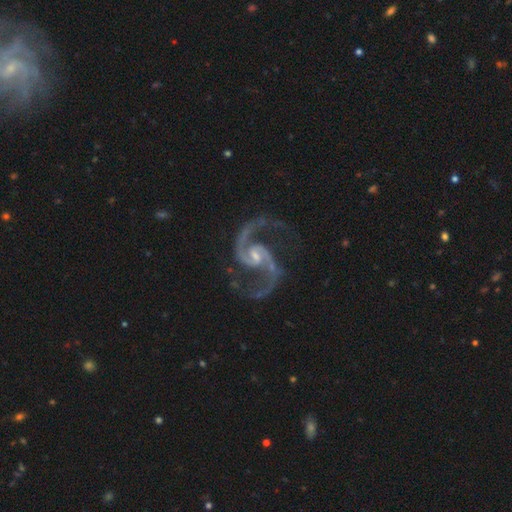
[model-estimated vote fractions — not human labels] Smooth or featured? featured or disk (95%)
Edge-on disk? no (98%)
Bar? weak (51%)
Spiral arms? yes (99%)
Spiral winding? medium (62%)
Spiral arm count? 2 (94%)
Bulge size? small (59%)
Merging? none (76%)